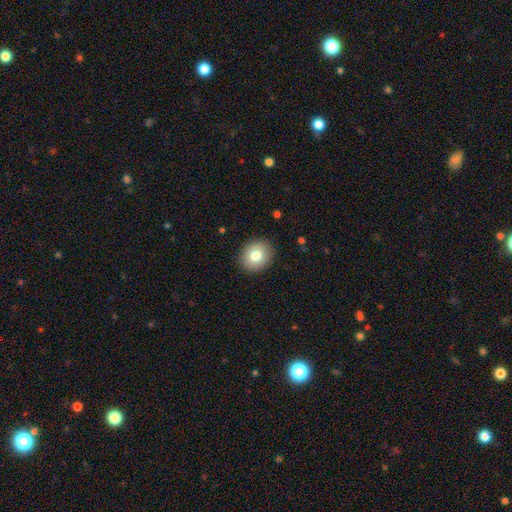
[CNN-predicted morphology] Smooth or featured? Predicted: smooth (p=0.80). How rounded? Predicted: round (p=0.65). Merging? Predicted: none (p=0.90).